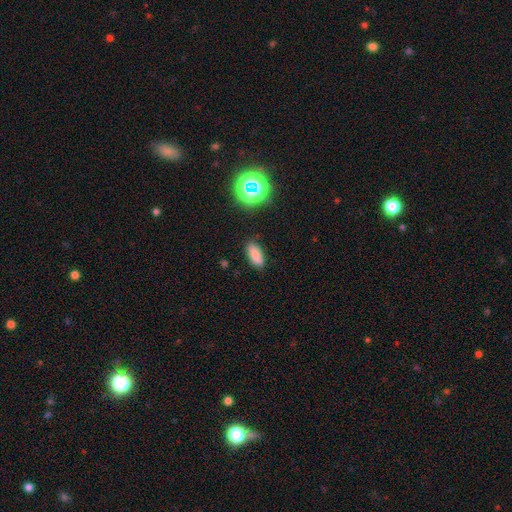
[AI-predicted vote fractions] The model was most divided on "smooth or featured": smooth: 78%, star or artifact: 13%, featured or disk: 8%. More confident: how rounded — in between (85%); merging — none (84%).